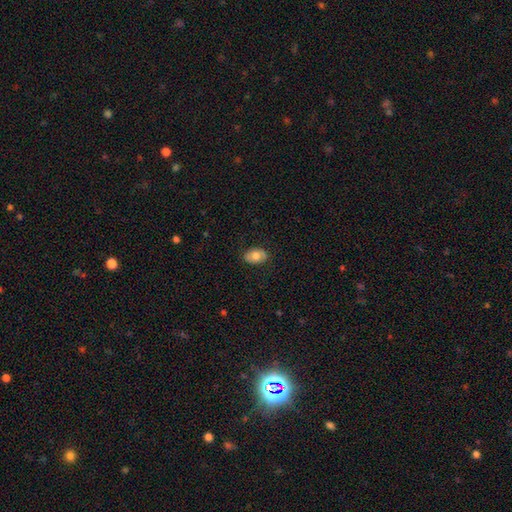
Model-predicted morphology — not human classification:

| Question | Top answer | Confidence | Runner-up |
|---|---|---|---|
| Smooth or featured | smooth | 70% | featured or disk (23%) |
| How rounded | in between | 85% | round (13%) |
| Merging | none | 83% | minor disturbance (13%) |